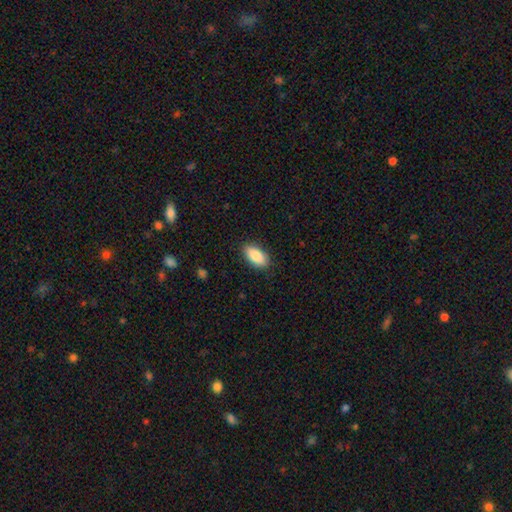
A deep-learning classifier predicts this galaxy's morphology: Smooth or featured?
  - smooth: 88% *
  - star or artifact: 6%
  - featured or disk: 5%
How rounded?
  - in between: 92% *
  - cigar-shaped: 5%
  - round: 3%
Merging?
  - none: 87% *
  - minor disturbance: 9%
  - major disturbance: 2%
  - merger: 1%